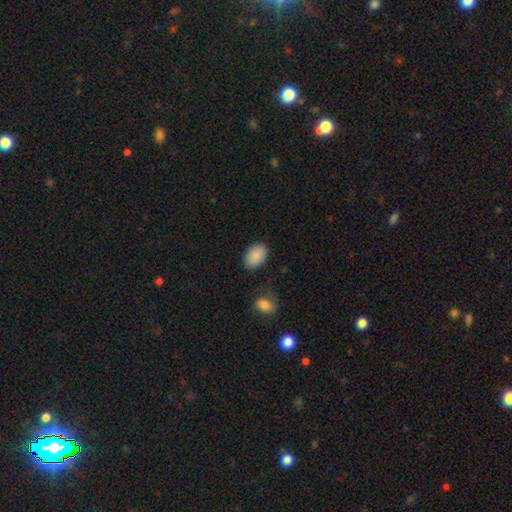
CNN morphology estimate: Smooth or featured? smooth (89%)
How rounded? in between (89%)
Merging? none (83%)